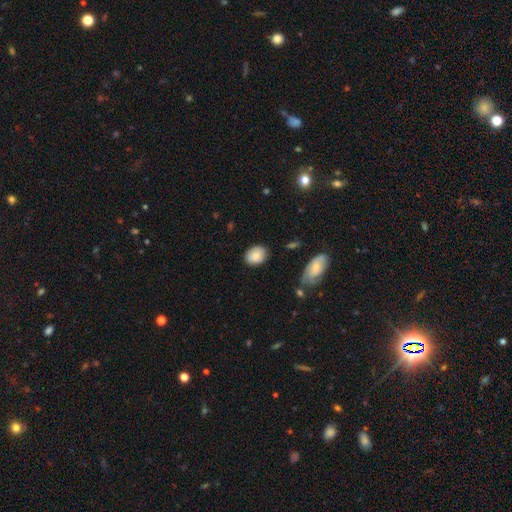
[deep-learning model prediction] smooth_or_featured: smooth (p=0.82) [alt: featured or disk p=0.10]
how_rounded: in between (p=0.58) [alt: round p=0.41]
merging: none (p=0.81) [alt: minor disturbance p=0.14]